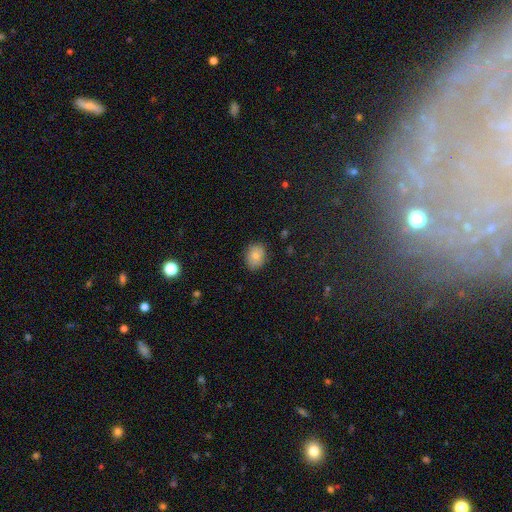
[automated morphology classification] A smooth galaxy with no disk features (80%) that is in between round and cigar-shaped (53%). Merging: none (85%).